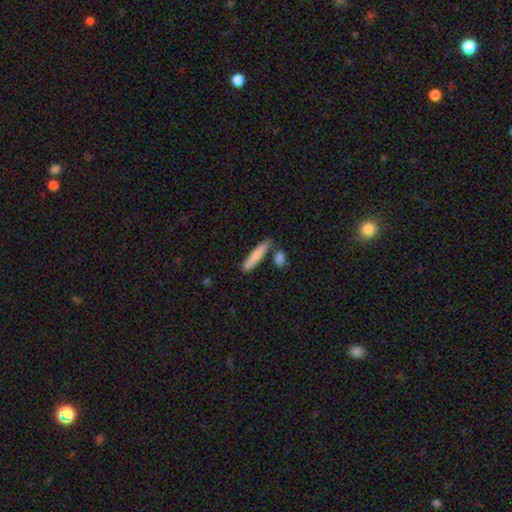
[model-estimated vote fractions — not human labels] smooth-or-featured: smooth: 78% | featured or disk: 16% | star or artifact: 6%
  how-rounded: cigar-shaped: 88% | in between: 10% | round: 2%
  merging: none: 71% | minor disturbance: 13% | merger: 13% | major disturbance: 4%